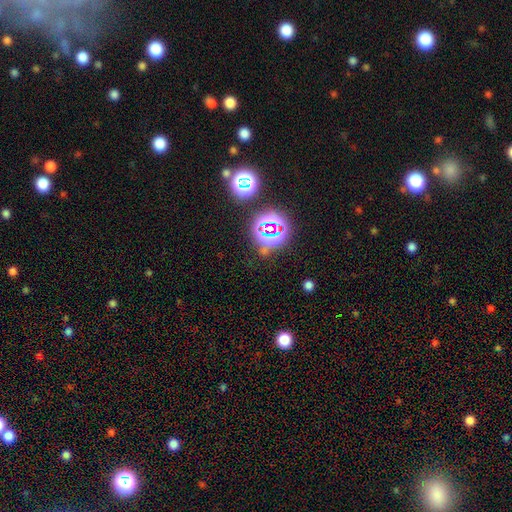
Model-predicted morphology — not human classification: A star or artifact, not a galaxy (76%).

Vote fractions:
- Smooth or featured? star or artifact: 76% / smooth: 16% / featured or disk: 8%